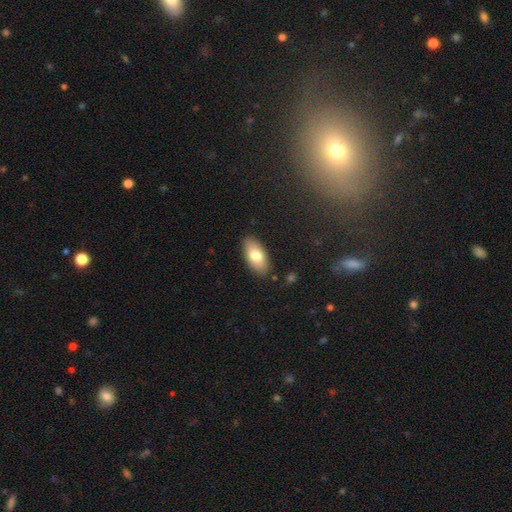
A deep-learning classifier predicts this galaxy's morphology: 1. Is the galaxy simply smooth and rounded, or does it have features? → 76% smooth, 18% featured or disk, 6% star or artifact.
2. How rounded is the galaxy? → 92% in between, 6% cigar-shaped, 3% round.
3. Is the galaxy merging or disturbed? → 86% none, 10% minor disturbance, 2% major disturbance, 1% merger.